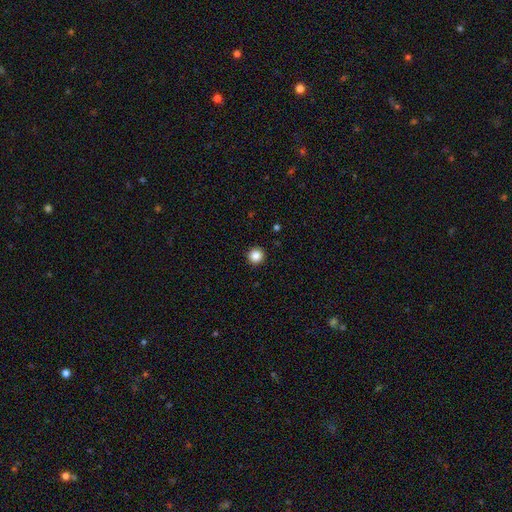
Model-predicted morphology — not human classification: type=smooth (86%); roundness=round (95%); merging=none (93%).